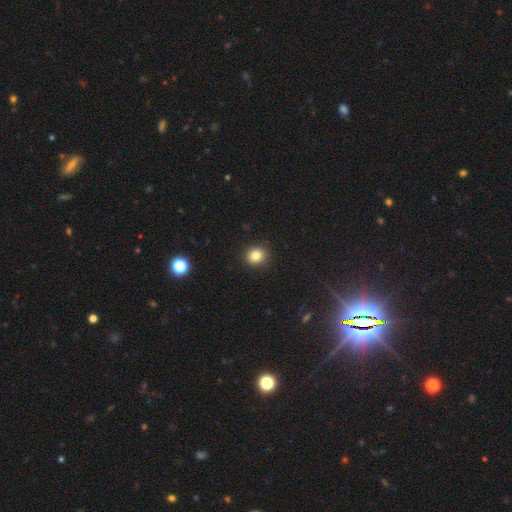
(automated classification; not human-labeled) Overall: smooth (83%). How rounded: round (79%). Merging: none (91%).